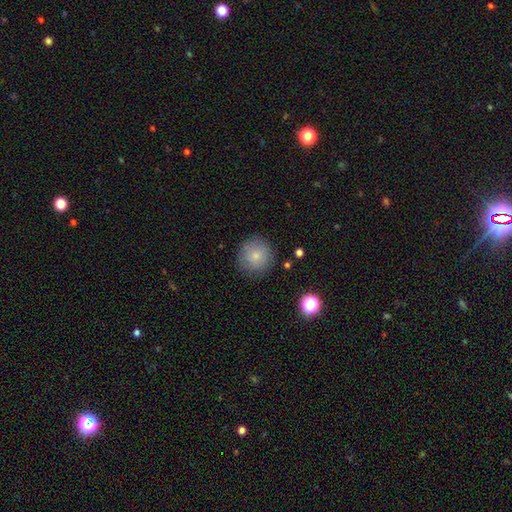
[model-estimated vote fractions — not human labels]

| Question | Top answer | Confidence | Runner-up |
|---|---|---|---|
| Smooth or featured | smooth | 79% | featured or disk (11%) |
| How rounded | round | 94% | in between (5%) |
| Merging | none | 84% | minor disturbance (11%) |